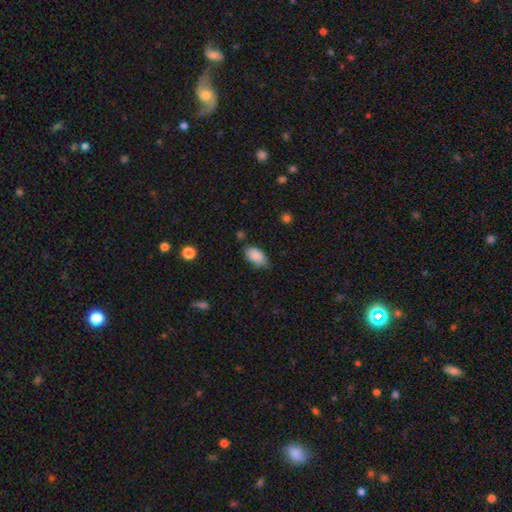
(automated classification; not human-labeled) Smooth or featured?
  - smooth: 87% *
  - star or artifact: 7%
  - featured or disk: 6%
How rounded?
  - in between: 93% *
  - round: 5%
  - cigar-shaped: 2%
Merging?
  - none: 66% *
  - minor disturbance: 27%
  - major disturbance: 5%
  - merger: 3%